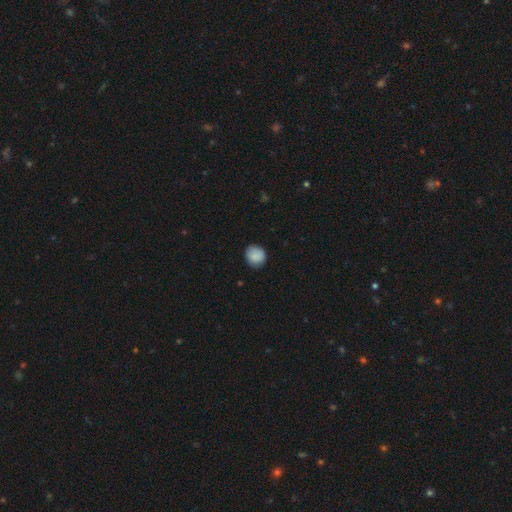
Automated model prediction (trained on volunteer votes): smooth_or_featured: smooth (p=0.86) [alt: star or artifact p=0.08]
how_rounded: round (p=0.83) [alt: in between p=0.16]
merging: none (p=0.81) [alt: minor disturbance p=0.16]